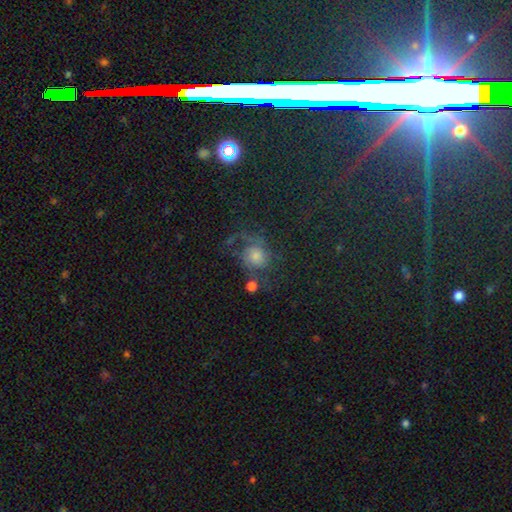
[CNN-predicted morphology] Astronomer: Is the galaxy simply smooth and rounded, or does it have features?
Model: featured or disk — 40% (runner-up: smooth, 36%).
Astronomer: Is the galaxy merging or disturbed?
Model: none — 49% (runner-up: major disturbance, 25%).